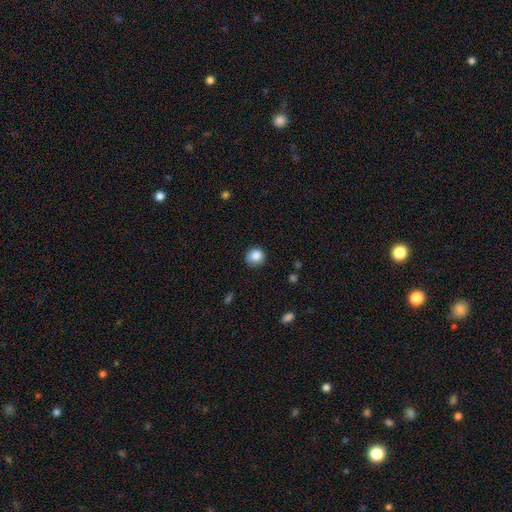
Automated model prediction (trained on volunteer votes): A smooth galaxy with no disk features (86%) that is round (83%).

Vote fractions:
- Smooth or featured? smooth: 86% / star or artifact: 9% / featured or disk: 5%
- How rounded? round: 83% / in between: 16% / cigar-shaped: 1%
- Merging? none: 77% / minor disturbance: 18% / major disturbance: 4% / merger: 1%